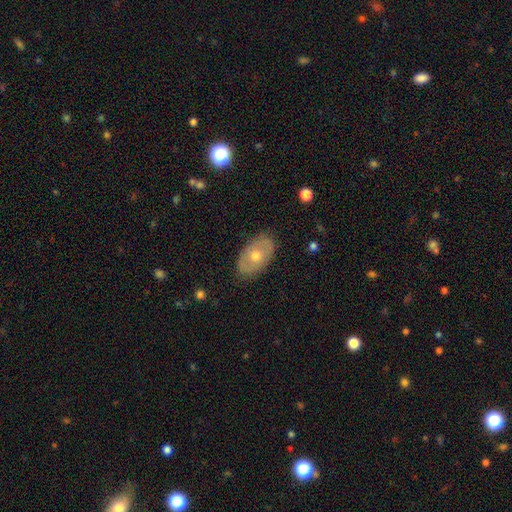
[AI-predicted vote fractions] Smooth or featured? smooth (51%)
How rounded? in between (90%)
Merging? none (85%)